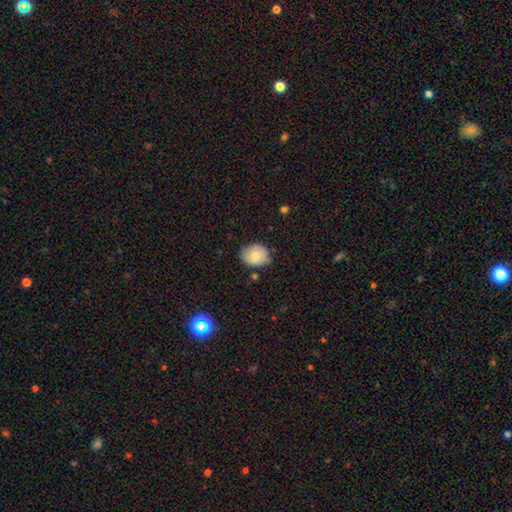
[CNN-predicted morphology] This is likely a smooth galaxy (77%). How rounded: possibly round (52%). Merging: likely none (74%).